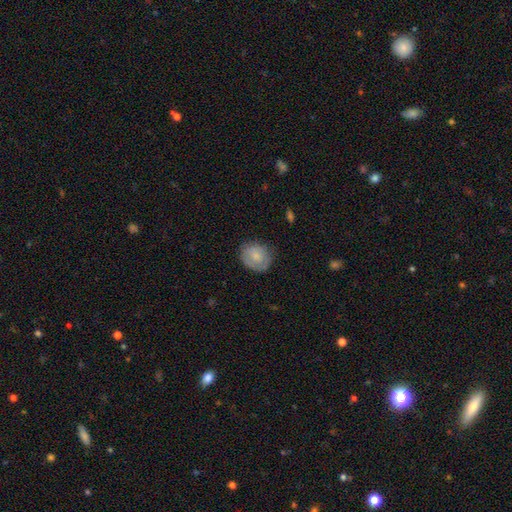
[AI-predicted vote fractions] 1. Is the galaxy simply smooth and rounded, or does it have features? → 69% smooth, 24% featured or disk, 7% star or artifact.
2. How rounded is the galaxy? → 63% round, 36% in between, 1% cigar-shaped.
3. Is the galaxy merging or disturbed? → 71% none, 22% minor disturbance, 6% major disturbance, 1% merger.